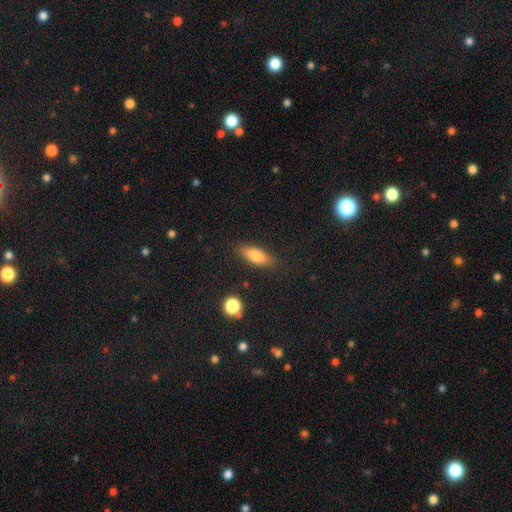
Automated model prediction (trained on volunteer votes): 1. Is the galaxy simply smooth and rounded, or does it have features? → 81% smooth, 12% featured or disk, 8% star or artifact.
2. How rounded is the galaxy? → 70% in between, 27% cigar-shaped, 3% round.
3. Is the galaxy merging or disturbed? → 84% none, 11% minor disturbance, 3% major disturbance, 2% merger.